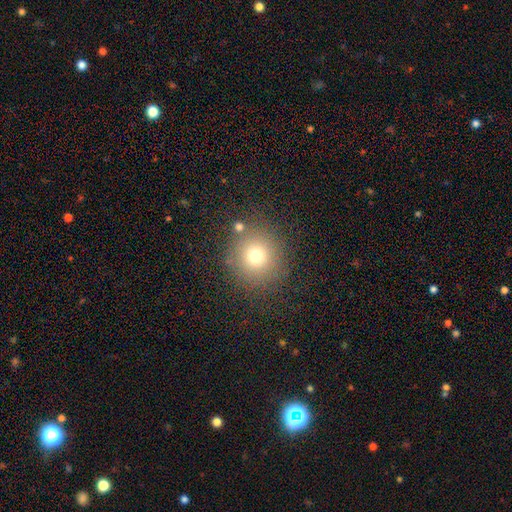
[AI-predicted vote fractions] smooth_or_featured: smooth (p=0.72) [alt: star or artifact p=0.17]
how_rounded: round (p=0.93) [alt: in between p=0.06]
merging: none (p=0.82) [alt: minor disturbance p=0.09]